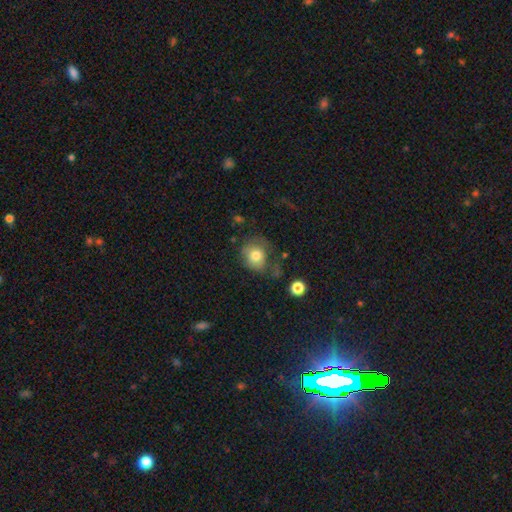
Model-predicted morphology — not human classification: This is likely a smooth galaxy (76%). How rounded: likely round (65%). Merging: possibly none (46%).